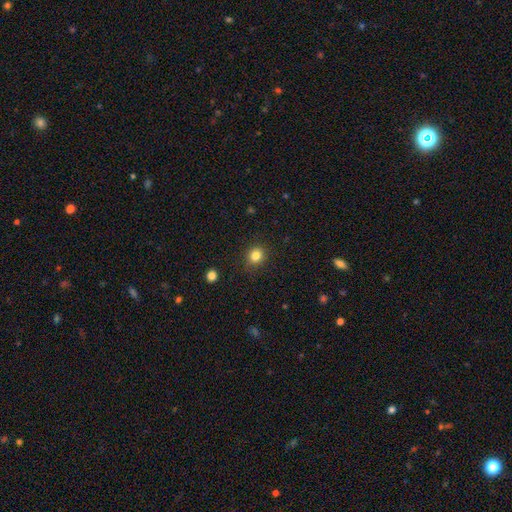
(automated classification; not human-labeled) Smooth or featured?
  - smooth: 83% *
  - star or artifact: 12%
  - featured or disk: 5%
How rounded?
  - round: 81% *
  - in between: 18%
  - cigar-shaped: 1%
Merging?
  - none: 87% *
  - minor disturbance: 9%
  - major disturbance: 3%
  - merger: 1%